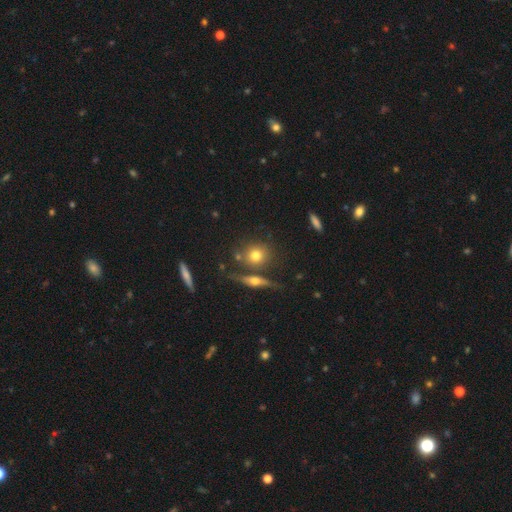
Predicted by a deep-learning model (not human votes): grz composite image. It shows a smooth galaxy with no disk features (71%) that is round (78%). Merging: none (68%).